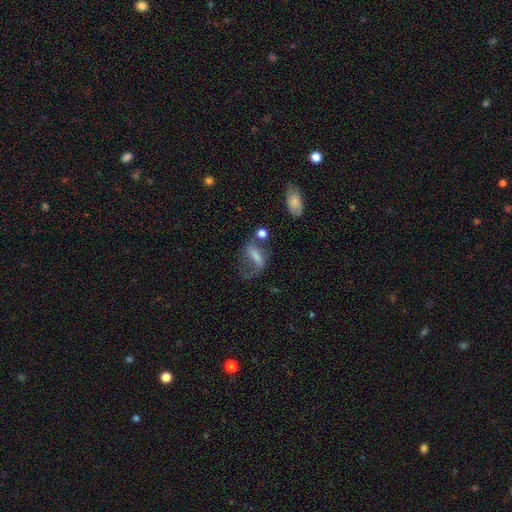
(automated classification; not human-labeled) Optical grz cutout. It shows a featured or disk galaxy (47%). Merging: major disturbance (39%).